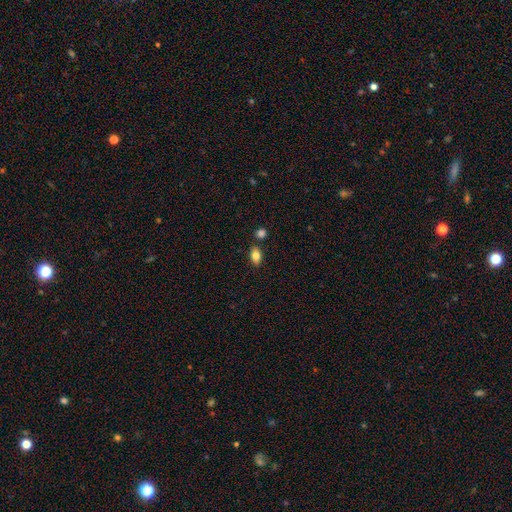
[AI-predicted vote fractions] A smooth galaxy with no disk features (81%) that is in between round and cigar-shaped (87%). Merging: none (80%).